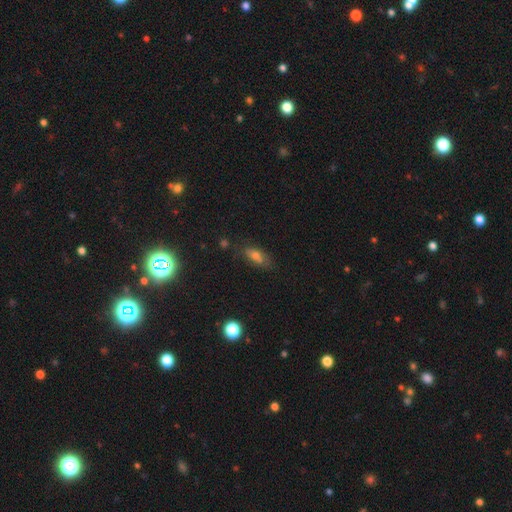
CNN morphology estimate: Smooth or featured? smooth (57%)
How rounded? in between (76%)
Merging? none (69%)